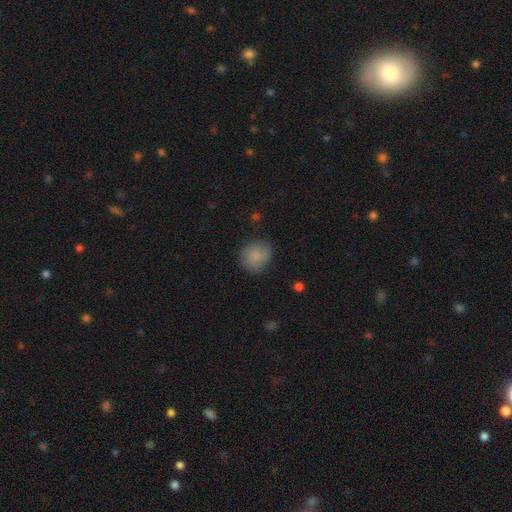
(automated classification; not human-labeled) This is clearly a smooth galaxy (84%). How rounded: clearly round (81%). Merging: likely none (77%).